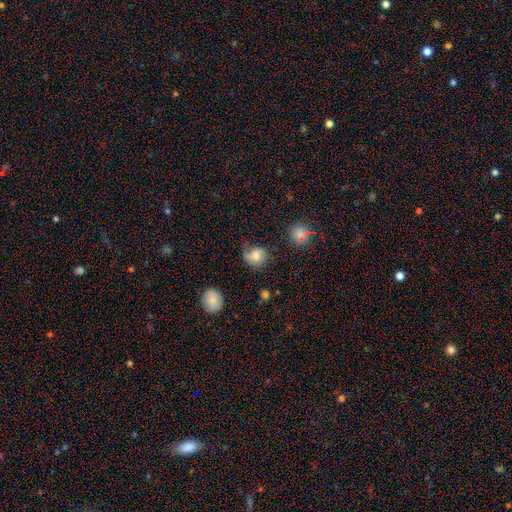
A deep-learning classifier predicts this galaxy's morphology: type=smooth (68%); roundness=round (74%); merging=none (43%).